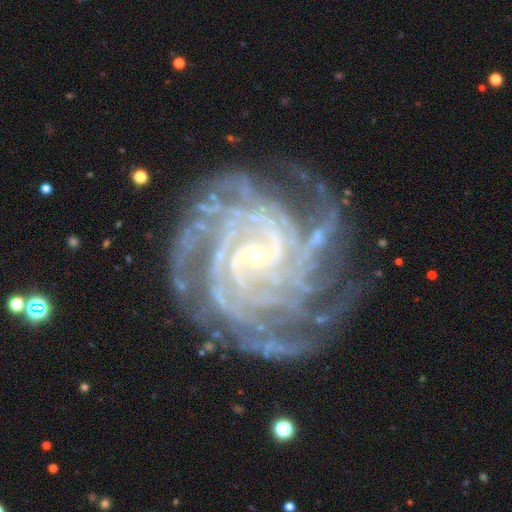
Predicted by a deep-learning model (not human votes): Q: Smooth or featured?
A: featured or disk (93%); runner-up: star or artifact (5%)
Q: Edge-on disk?
A: no (98%); runner-up: yes (2%)
Q: Bar?
A: no (46%); runner-up: weak (37%)
Q: Spiral arms?
A: yes (99%); runner-up: no (1%)
Q: Spiral winding?
A: tight (77%); runner-up: medium (20%)
Q: Spiral arm count?
A: 4 (25%); runner-up: more than 4 (24%)
Q: Bulge size?
A: small (85%); runner-up: moderate (11%)
Q: Merging?
A: none (73%); runner-up: minor disturbance (17%)